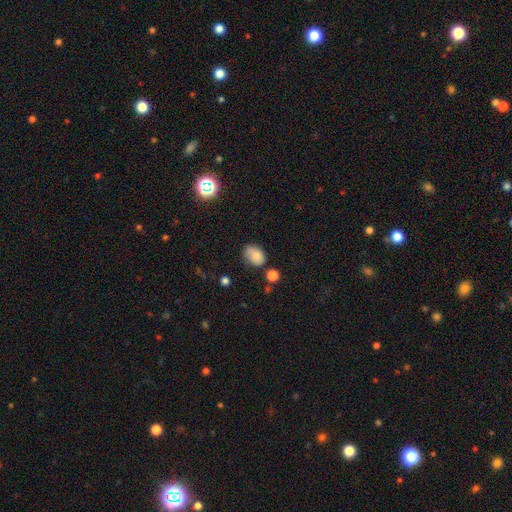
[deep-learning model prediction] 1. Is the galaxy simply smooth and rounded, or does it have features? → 78% smooth, 12% featured or disk, 10% star or artifact.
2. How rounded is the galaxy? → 77% in between, 22% round, 1% cigar-shaped.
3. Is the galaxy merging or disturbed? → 61% none, 27% minor disturbance, 7% major disturbance, 5% merger.